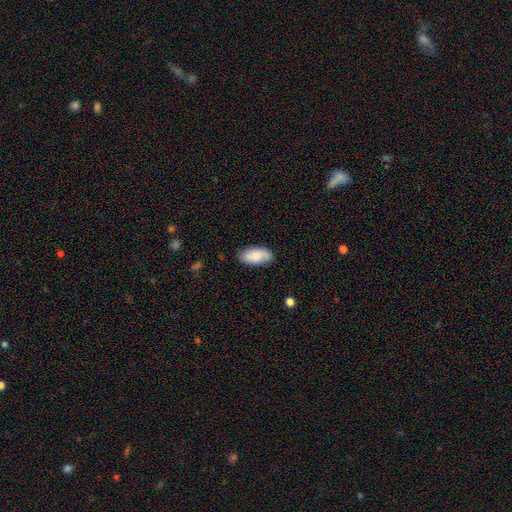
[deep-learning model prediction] The model was most divided on "merging": none: 82%, minor disturbance: 14%, major disturbance: 3%, merger: 1%. More confident: how rounded — in between (94%); smooth or featured — smooth (83%).